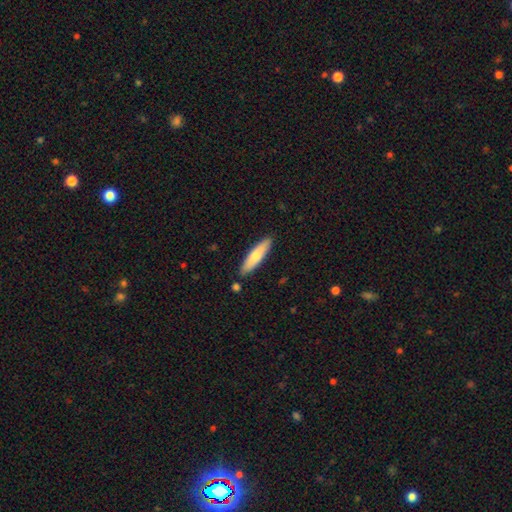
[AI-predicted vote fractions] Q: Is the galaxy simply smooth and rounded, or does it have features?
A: smooth — 73%.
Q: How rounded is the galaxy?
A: cigar-shaped — 76%.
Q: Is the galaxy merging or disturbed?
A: none — 87%.